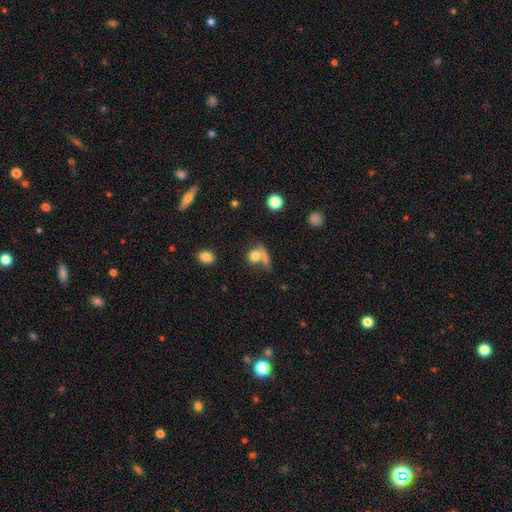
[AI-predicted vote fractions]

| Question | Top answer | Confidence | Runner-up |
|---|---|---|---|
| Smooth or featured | smooth | 76% | featured or disk (13%) |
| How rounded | round | 67% | in between (28%) |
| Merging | merger | 39% | tied: none (39%) |